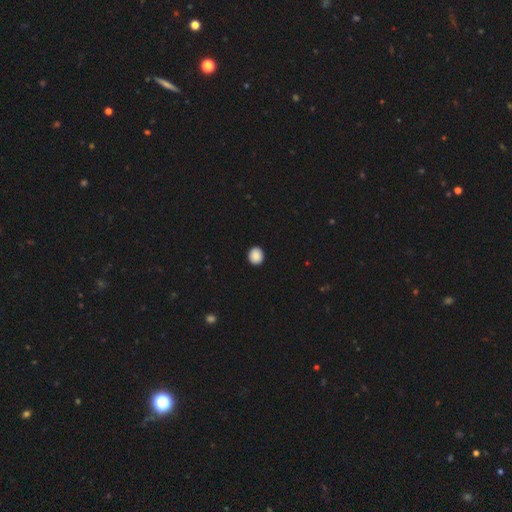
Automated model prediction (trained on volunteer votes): smooth_or_featured: smooth (p=0.89) [alt: star or artifact p=0.09]
how_rounded: round (p=0.83) [alt: in between p=0.16]
merging: none (p=0.92) [alt: minor disturbance p=0.05]